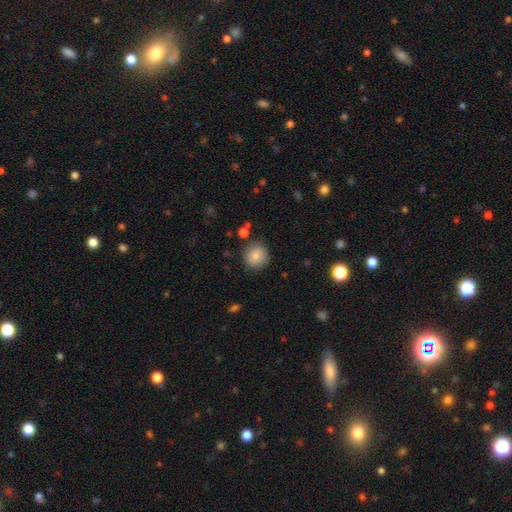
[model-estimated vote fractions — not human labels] Smooth or featured? smooth (84%)
How rounded? round (91%)
Merging? none (86%)